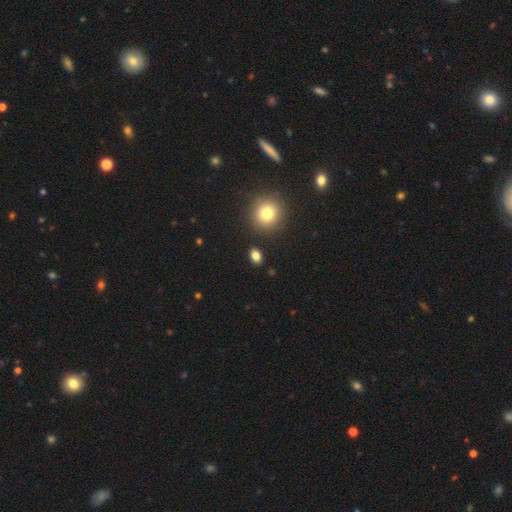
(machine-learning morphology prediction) Smooth or featured? smooth (83%)
How rounded? in between (77%)
Merging? none (88%)